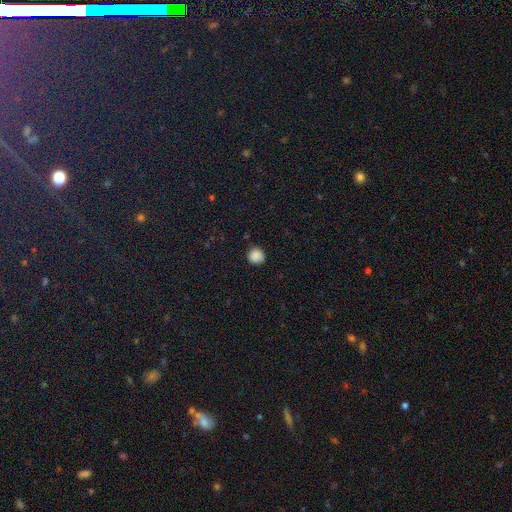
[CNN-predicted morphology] smooth-or-featured: smooth: 87% | star or artifact: 10% | featured or disk: 3%
  how-rounded: round: 92% | in between: 8% | cigar-shaped: 1%
  merging: none: 86% | minor disturbance: 11% | major disturbance: 2% | merger: 1%